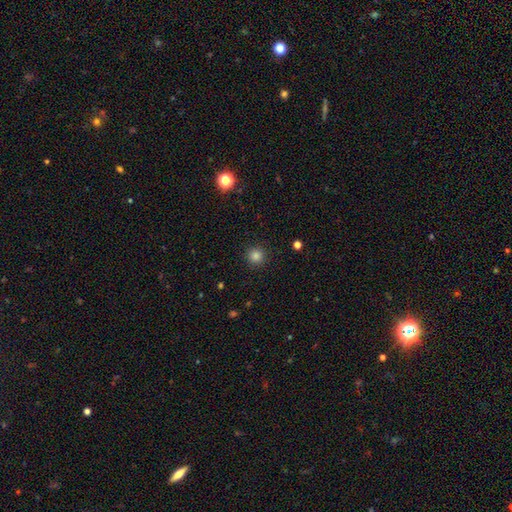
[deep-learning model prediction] Morphology: type=smooth (83%); roundness=round (95%); merging=none (92%).